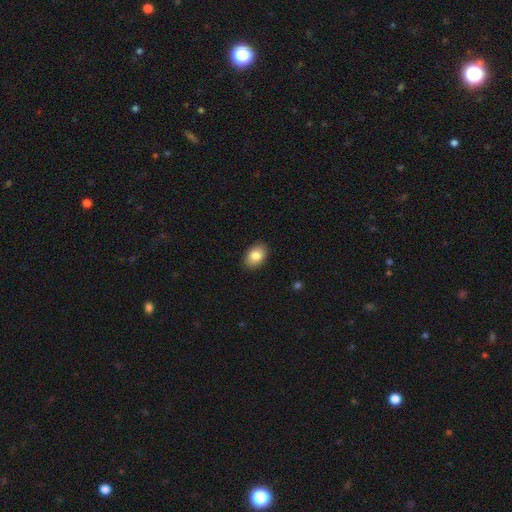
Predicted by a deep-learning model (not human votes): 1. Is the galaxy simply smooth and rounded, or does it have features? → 84% smooth, 8% featured or disk, 8% star or artifact.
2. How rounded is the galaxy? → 84% in between, 15% round, 1% cigar-shaped.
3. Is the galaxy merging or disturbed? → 90% none, 8% minor disturbance, 2% major disturbance, 1% merger.